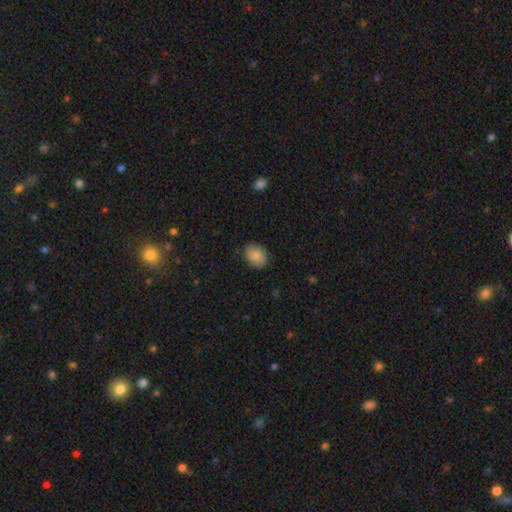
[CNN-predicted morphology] smooth_or_featured: smooth (p=0.84) [alt: featured or disk p=0.09]
how_rounded: in between (p=0.59) [alt: round p=0.40]
merging: none (p=0.84) [alt: minor disturbance p=0.12]